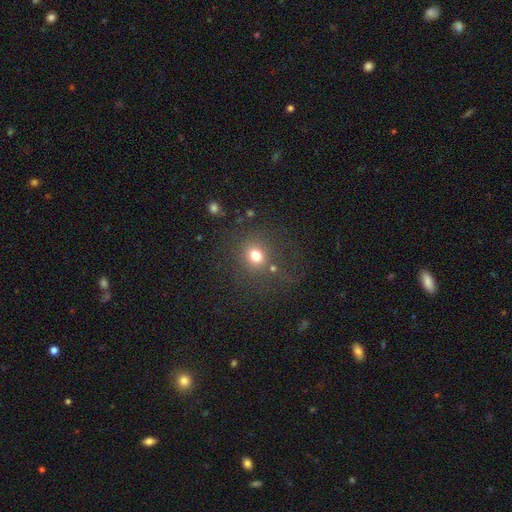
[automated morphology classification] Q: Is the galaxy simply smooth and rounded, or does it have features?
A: smooth — 73%.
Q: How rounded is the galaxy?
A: round — 80%.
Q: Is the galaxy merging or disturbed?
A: none — 73%.